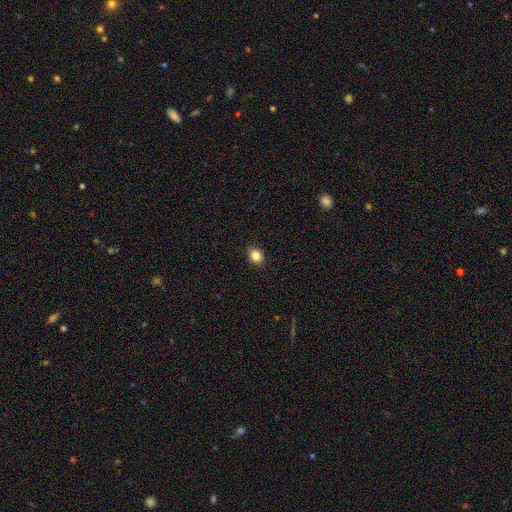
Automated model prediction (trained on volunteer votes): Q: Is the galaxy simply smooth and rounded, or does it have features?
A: smooth — 84%.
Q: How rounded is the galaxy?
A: round — 55%.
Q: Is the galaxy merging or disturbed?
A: none — 91%.